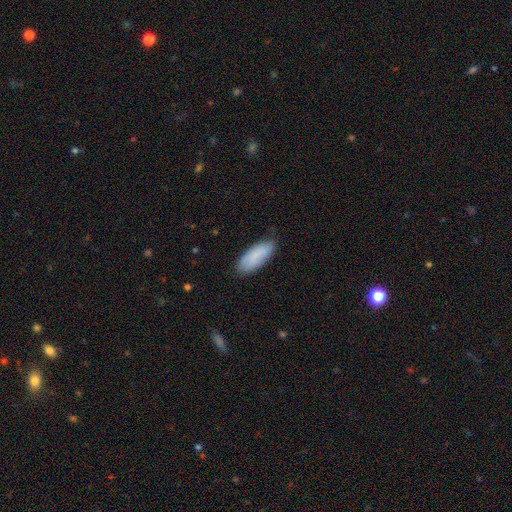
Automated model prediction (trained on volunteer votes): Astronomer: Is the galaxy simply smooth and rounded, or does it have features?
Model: smooth — 86%.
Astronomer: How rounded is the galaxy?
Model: in between — 77%.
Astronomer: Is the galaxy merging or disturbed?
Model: none — 82%.